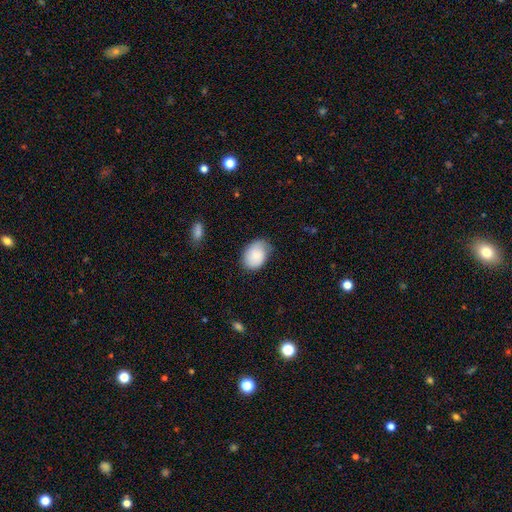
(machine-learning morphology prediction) This is likely a smooth galaxy (80%). How rounded: likely in between (69%). Merging: likely none (65%).